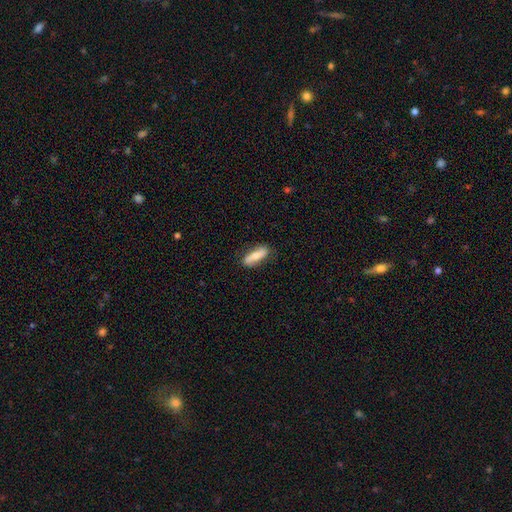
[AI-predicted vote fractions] smooth-or-featured: smooth: 55% | featured or disk: 39% | star or artifact: 6%
  how-rounded: in between: 56% | cigar-shaped: 41% | round: 3%
  merging: none: 79% | minor disturbance: 16% | major disturbance: 3% | merger: 1%